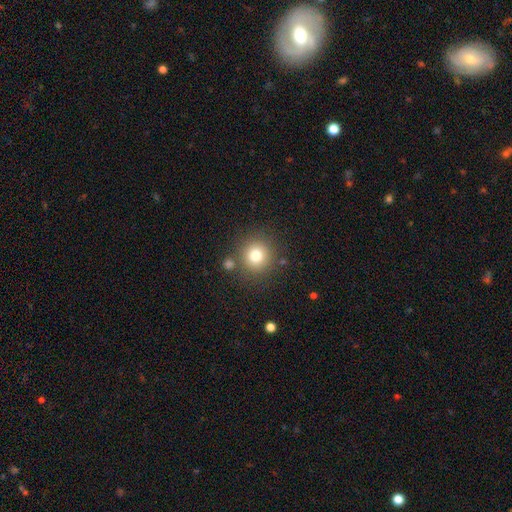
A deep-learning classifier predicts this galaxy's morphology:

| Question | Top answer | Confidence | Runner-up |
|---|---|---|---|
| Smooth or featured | smooth | 79% | star or artifact (12%) |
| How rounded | round | 92% | in between (7%) |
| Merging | none | 81% | minor disturbance (9%) |